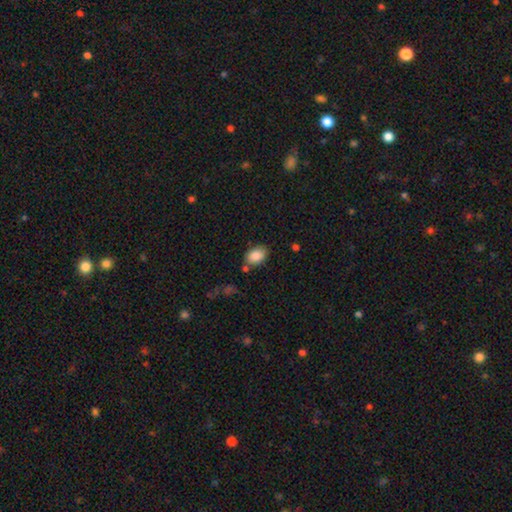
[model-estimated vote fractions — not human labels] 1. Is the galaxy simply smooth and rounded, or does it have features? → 86% smooth, 7% star or artifact, 6% featured or disk.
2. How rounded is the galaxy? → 83% in between, 16% round, 1% cigar-shaped.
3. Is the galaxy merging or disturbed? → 73% none, 15% minor disturbance, 8% merger, 4% major disturbance.